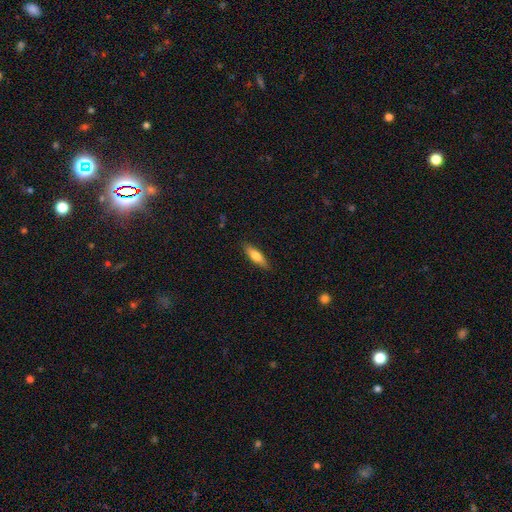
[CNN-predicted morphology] The model was most divided on "how rounded": cigar-shaped: 56%, in between: 42%, round: 2%. More confident: merging — none (86%); smooth or featured — smooth (72%).